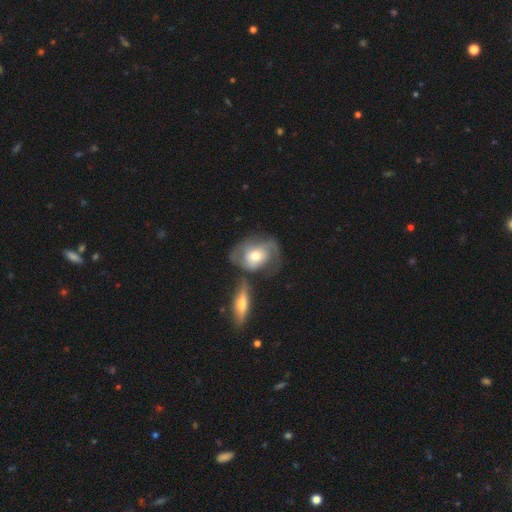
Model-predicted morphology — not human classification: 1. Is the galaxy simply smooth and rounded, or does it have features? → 60% featured or disk, 34% smooth, 6% star or artifact.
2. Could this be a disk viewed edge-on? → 93% no, 7% yes.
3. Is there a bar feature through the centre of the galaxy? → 68% no, 25% weak, 6% strong.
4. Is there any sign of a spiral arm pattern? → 73% yes, 27% no.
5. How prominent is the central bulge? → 69% moderate, 17% small, 12% large, 1% dominant, 1% none.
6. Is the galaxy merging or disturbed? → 34% none, 25% merger, 21% minor disturbance, 20% major disturbance.